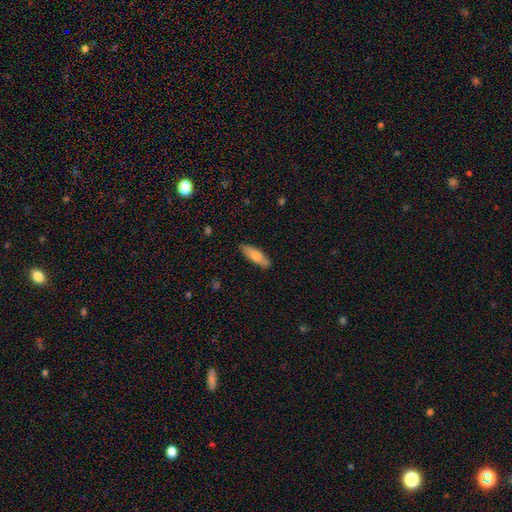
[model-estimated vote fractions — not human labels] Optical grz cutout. It shows a smooth galaxy with no disk features (74%) that is in between round and cigar-shaped (52%). Merging: none (86%).